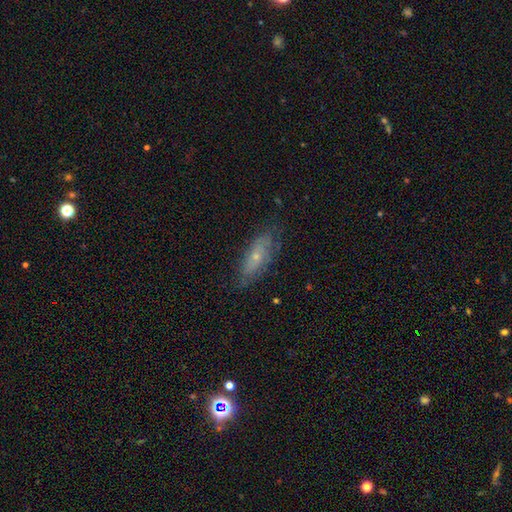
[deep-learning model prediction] smooth_or_featured: featured or disk (p=0.45) [alt: smooth p=0.44]
merging: none (p=0.74) [alt: minor disturbance p=0.19]